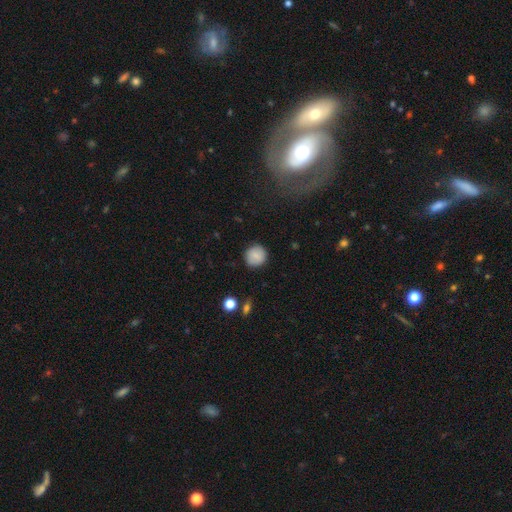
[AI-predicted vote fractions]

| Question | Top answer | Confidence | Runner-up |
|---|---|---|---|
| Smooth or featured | smooth | 84% | featured or disk (8%) |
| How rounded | round | 92% | in between (7%) |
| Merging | none | 88% | minor disturbance (9%) |